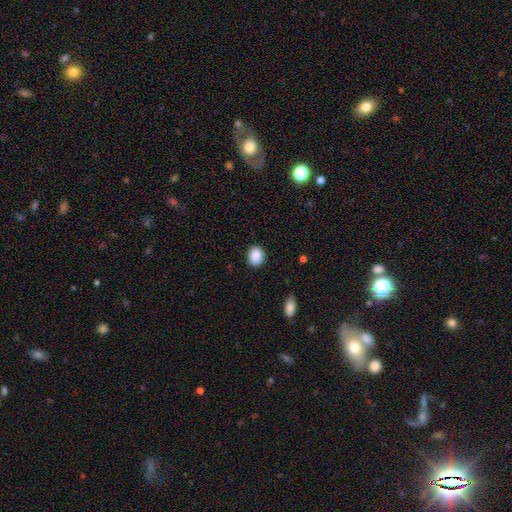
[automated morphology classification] type=smooth (89%); roundness=round (55%); merging=none (88%).